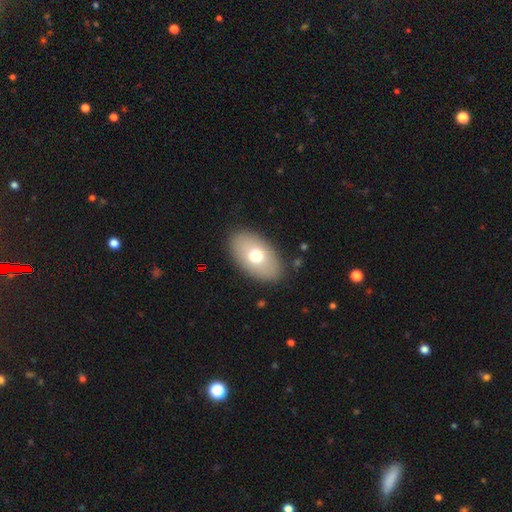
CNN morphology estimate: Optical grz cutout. It shows a smooth galaxy with no disk features (68%) that is in between round and cigar-shaped (93%). Merging: none (88%).